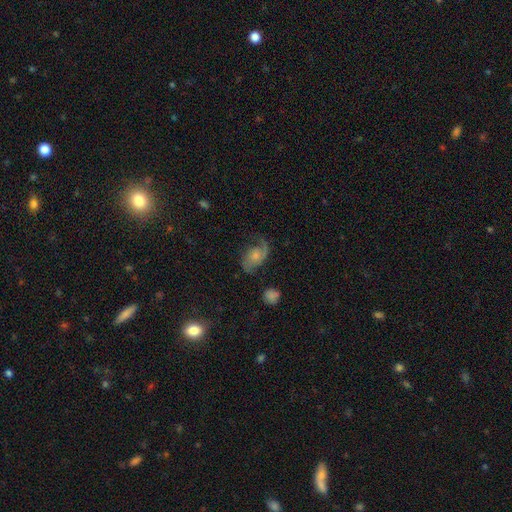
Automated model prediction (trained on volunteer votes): Q: Smooth or featured?
A: featured or disk (72%); runner-up: smooth (21%)
Q: Edge-on disk?
A: no (97%); runner-up: yes (3%)
Q: Bar?
A: no (69%); runner-up: weak (26%)
Q: Spiral arms?
A: yes (93%); runner-up: no (7%)
Q: Spiral winding?
A: loose (50%); runner-up: medium (38%)
Q: Spiral arm count?
A: 2 (70%); runner-up: 1 (23%)
Q: Bulge size?
A: small (48%); runner-up: moderate (35%)
Q: Merging?
A: none (55%); runner-up: minor disturbance (23%)